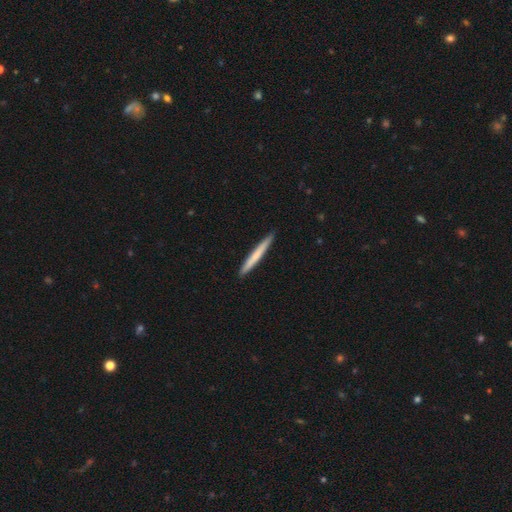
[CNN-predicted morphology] Smooth or featured? smooth (66%)
How rounded? cigar-shaped (97%)
Merging? none (91%)